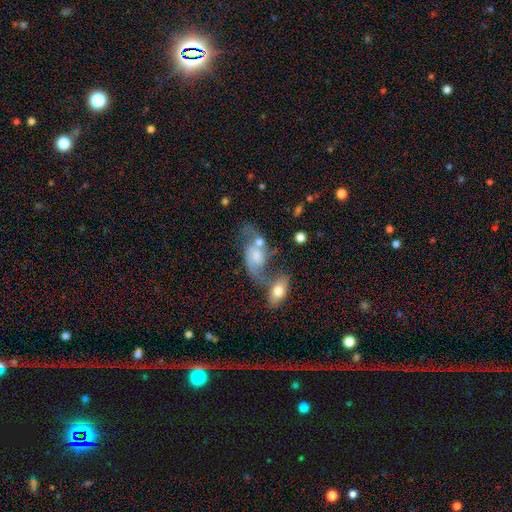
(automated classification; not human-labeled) Smooth or featured? featured or disk (69%)
Edge-on disk? no (94%)
Bar? no (62%)
Spiral arms? yes (87%)
Spiral winding? loose (58%)
Spiral arm count? 2 (87%)
Bulge size? moderate (40%)
Merging? merger (35%)